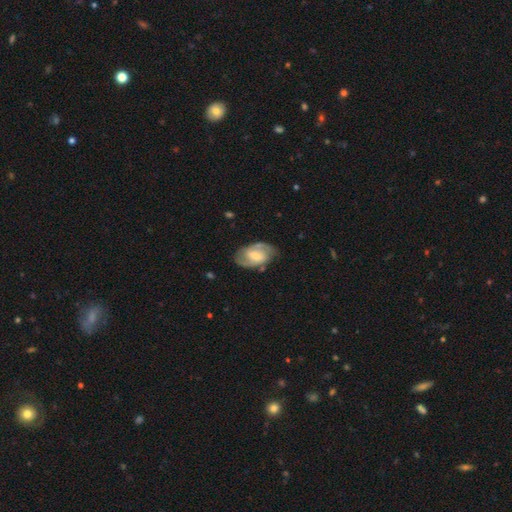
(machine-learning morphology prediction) featured or disk 73%, smooth 22%, star or artifact 5%. Down the decision tree: edge-on disk — no (96%); bar — weak (48%); spiral arms — yes (87%); spiral arm count — 2 (83%); spiral winding — medium (49%); bulge size — small (42%); merging — none (74%).